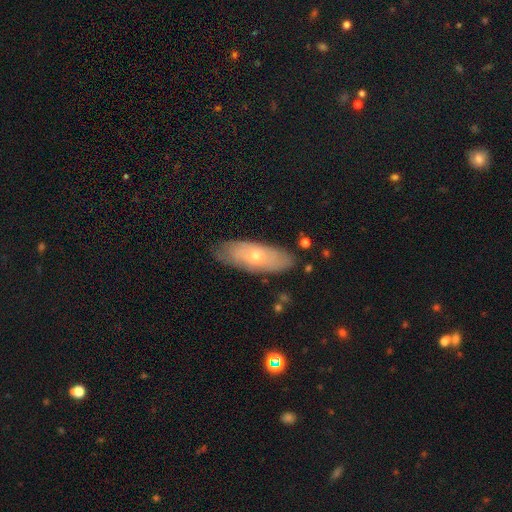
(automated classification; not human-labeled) A featured or disk galaxy (47%).

Vote fractions:
- Smooth or featured? featured or disk: 47% / smooth: 46% / star or artifact: 7%
- Merging? none: 79% / minor disturbance: 16% / major disturbance: 3% / merger: 2%